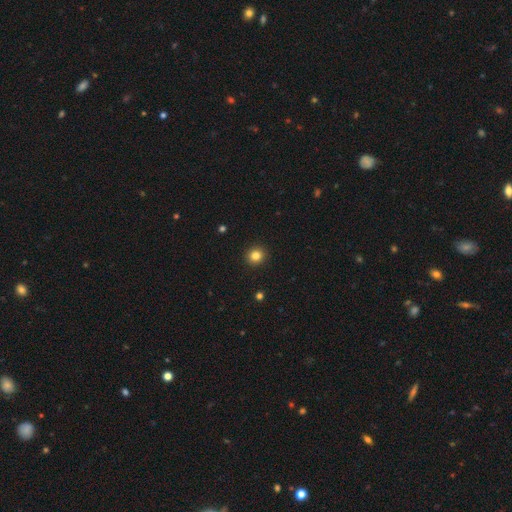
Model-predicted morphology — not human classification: Smooth or featured? smooth (83%)
How rounded? round (90%)
Merging? none (93%)